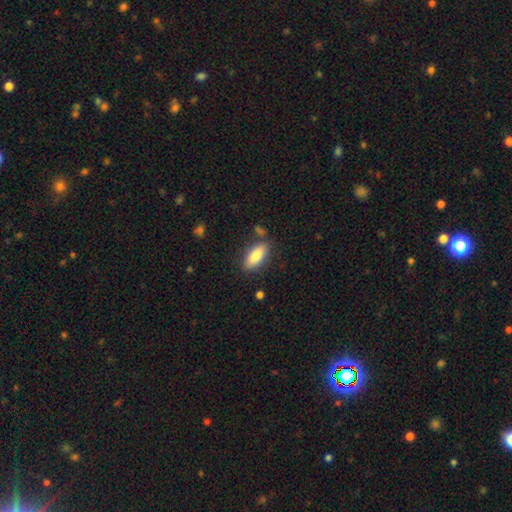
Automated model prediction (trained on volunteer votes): Smooth or featured? smooth (84%)
How rounded? in between (81%)
Merging? none (81%)